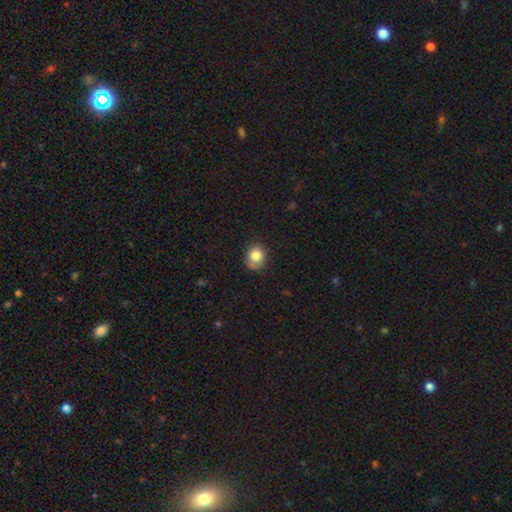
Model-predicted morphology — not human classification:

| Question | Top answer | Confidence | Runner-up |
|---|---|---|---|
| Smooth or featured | smooth | 83% | star or artifact (9%) |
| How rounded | round | 73% | in between (26%) |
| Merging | none | 70% | minor disturbance (23%) |